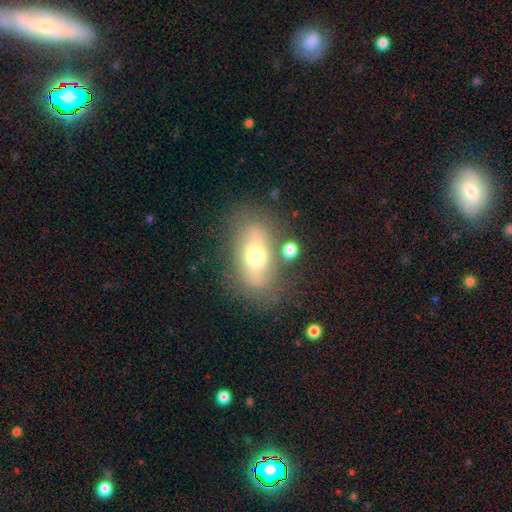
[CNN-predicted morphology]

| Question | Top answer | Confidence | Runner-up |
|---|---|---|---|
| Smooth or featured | smooth | 51% | featured or disk (40%) |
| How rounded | in between | 82% | round (10%) |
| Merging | none | 70% | minor disturbance (16%) |